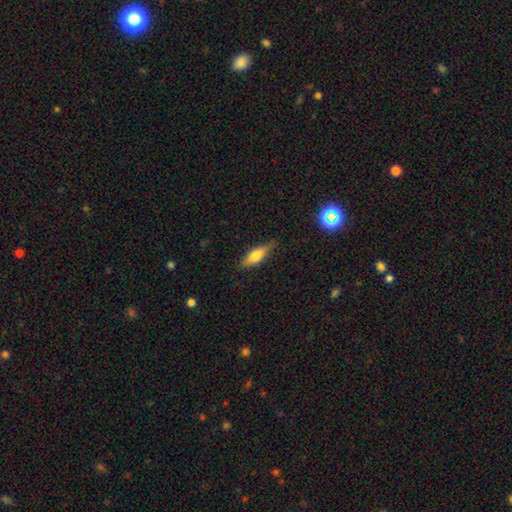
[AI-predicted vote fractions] Q: Smooth or featured?
A: smooth (65%); runner-up: featured or disk (28%)
Q: How rounded?
A: in between (52%); runner-up: cigar-shaped (45%)
Q: Merging?
A: none (79%); runner-up: minor disturbance (17%)